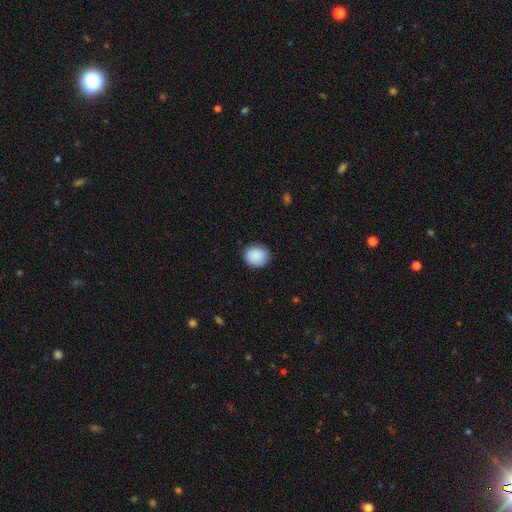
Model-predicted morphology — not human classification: Smooth or featured: smooth — 89% (star or artifact — 7%)
How rounded: round — 78% (in between — 21%)
Merging: none — 85% (minor disturbance — 12%)